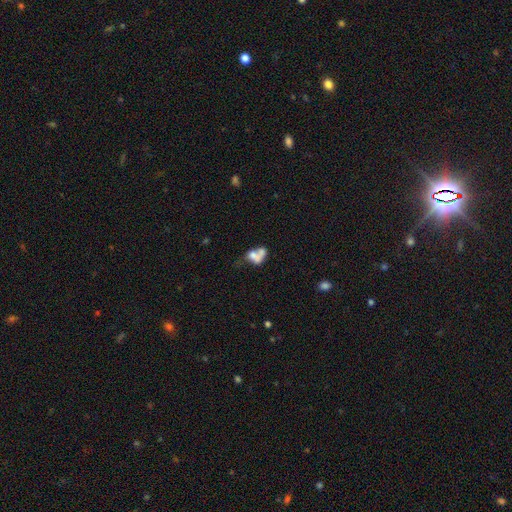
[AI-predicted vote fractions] Overall: smooth (59%; featured or disk 30%). How rounded: in between (72%). Merging: merger (60%).